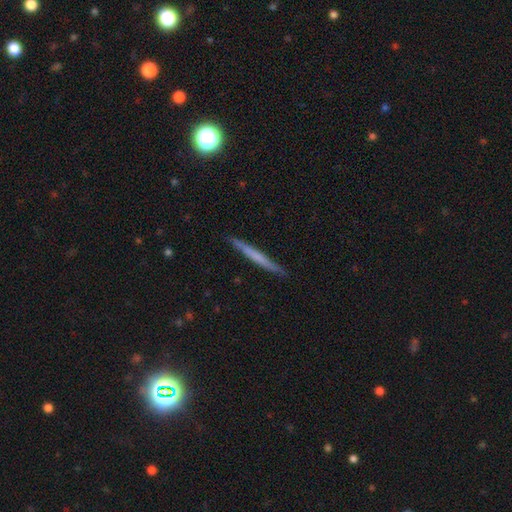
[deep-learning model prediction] smooth 48%, featured or disk 47%, star or artifact 6%. Down the decision tree: merging — none (90%).